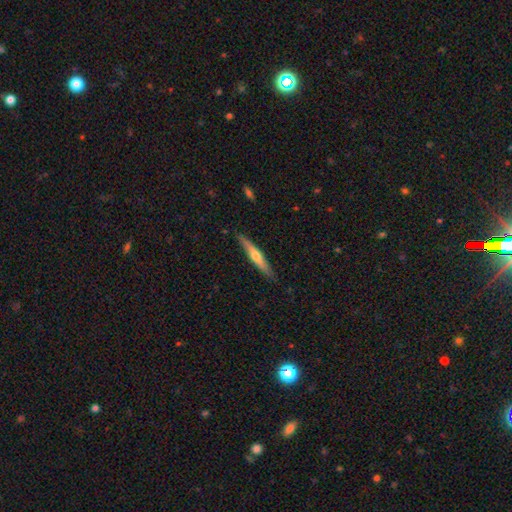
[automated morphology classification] A featured or disk galaxy (55%) viewed edge-on (95%) with a rounded central bulge (82%).

Vote fractions:
- Smooth or featured? featured or disk: 55% / smooth: 39% / star or artifact: 6%
- Edge-on disk? yes: 95% / no: 5%
- Edge-on bulge? rounded: 82% / none: 15% / boxy: 4%
- Merging? none: 88% / minor disturbance: 10% / major disturbance: 2% / merger: 1%